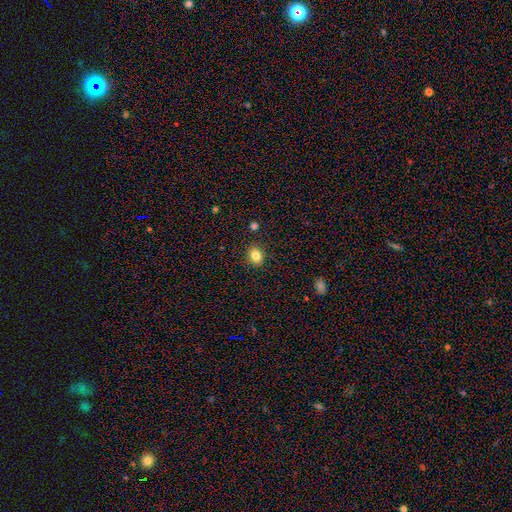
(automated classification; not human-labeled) Overall: smooth (83%). How rounded: round (60%; in between 39%). Merging: none (87%).